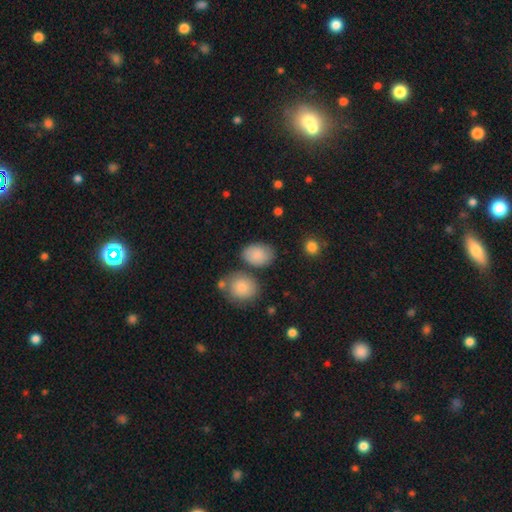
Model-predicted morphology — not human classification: Smooth or featured?
  - smooth: 85% *
  - featured or disk: 8%
  - star or artifact: 8%
How rounded?
  - in between: 79% *
  - round: 20%
  - cigar-shaped: 1%
Merging?
  - none: 70% *
  - minor disturbance: 16%
  - merger: 9%
  - major disturbance: 4%